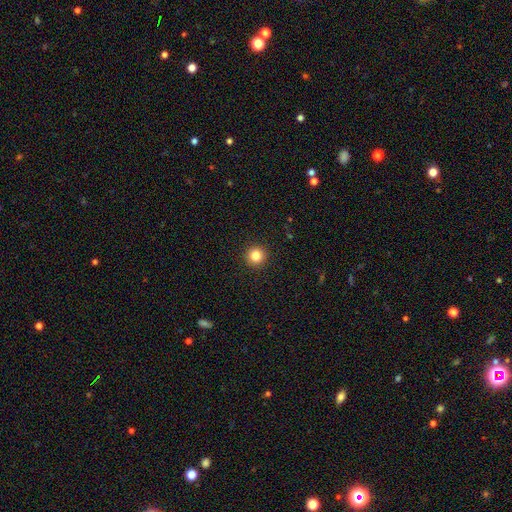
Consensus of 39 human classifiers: Morphology: type=smooth (82%); roundness=round (97%); merging=none (91%).